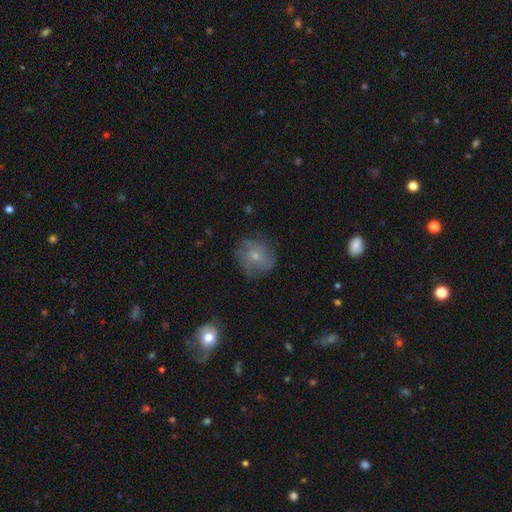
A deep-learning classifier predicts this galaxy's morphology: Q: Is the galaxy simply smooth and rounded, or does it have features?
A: featured or disk — 56%.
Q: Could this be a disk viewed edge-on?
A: no — 97%.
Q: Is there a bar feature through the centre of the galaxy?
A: no — 72%.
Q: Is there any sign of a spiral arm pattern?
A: yes — 79%.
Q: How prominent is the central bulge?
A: small — 65%.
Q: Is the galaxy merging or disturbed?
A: none — 70%.